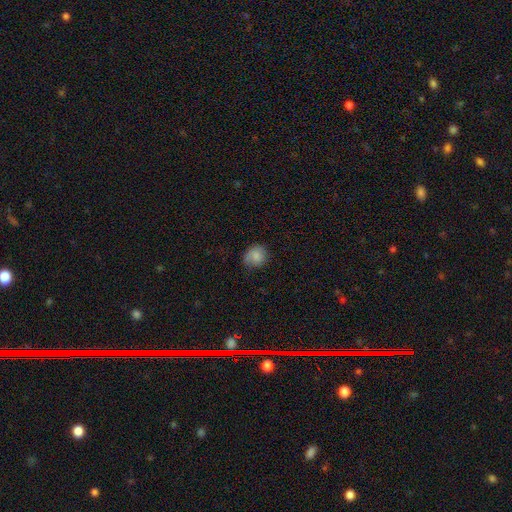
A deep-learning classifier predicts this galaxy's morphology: type=smooth (81%); roundness=round (74%); merging=none (69%).